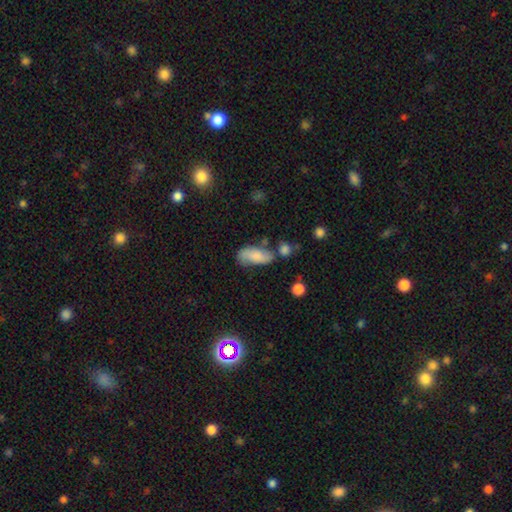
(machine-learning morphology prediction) Q: Smooth or featured?
A: smooth (75%); runner-up: featured or disk (18%)
Q: How rounded?
A: in between (87%); runner-up: cigar-shaped (10%)
Q: Merging?
A: none (53%); runner-up: minor disturbance (26%)